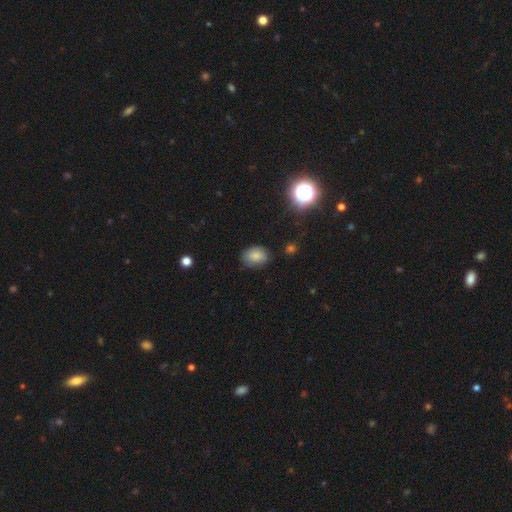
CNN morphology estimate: A smooth galaxy with no disk features (79%) that is in between round and cigar-shaped (73%). Merging: none (75%).